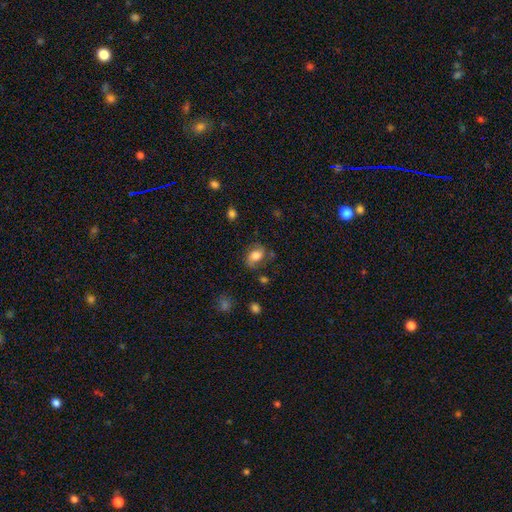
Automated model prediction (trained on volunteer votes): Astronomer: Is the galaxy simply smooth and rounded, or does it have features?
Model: smooth — 58% (runner-up: featured or disk, 33%).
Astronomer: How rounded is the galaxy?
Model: in between — 75%.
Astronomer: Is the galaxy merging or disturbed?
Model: none — 67%.